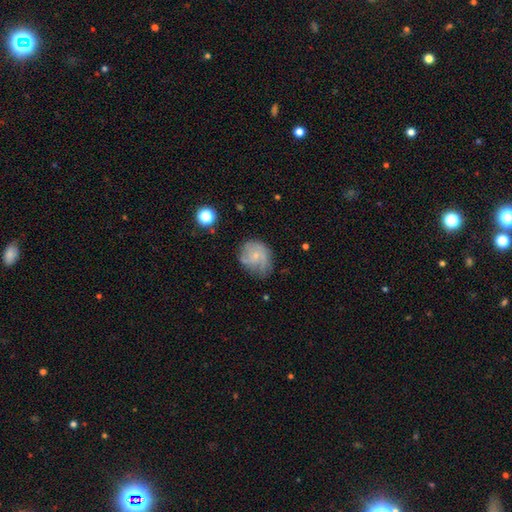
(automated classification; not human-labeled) Smooth or featured? Predicted: featured or disk (p=0.54). Edge-on disk? Predicted: no (p=0.98). Bar? Predicted: no (p=0.76). Spiral arms? Predicted: yes (p=0.79). Bulge size? Predicted: small (p=0.74). Merging? Predicted: none (p=0.54).